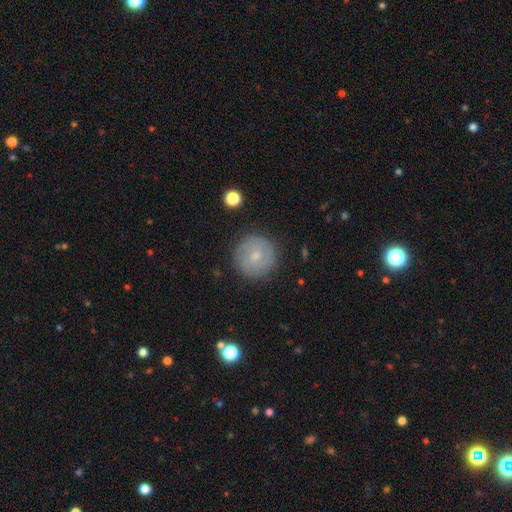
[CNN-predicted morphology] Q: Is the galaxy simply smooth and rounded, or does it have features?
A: featured or disk — 49%.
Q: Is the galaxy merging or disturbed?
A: none — 87%.